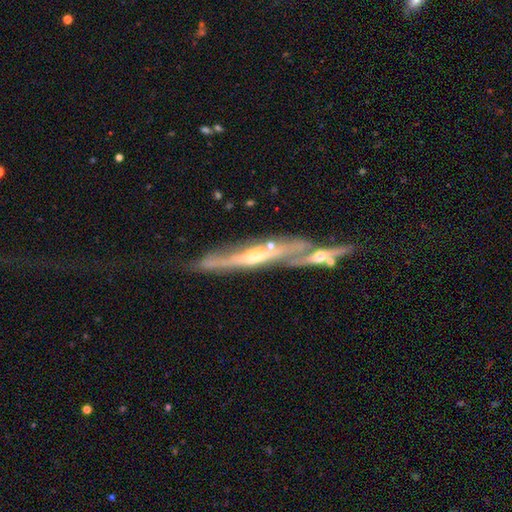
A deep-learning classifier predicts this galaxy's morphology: A featured or disk galaxy (78%) viewed edge-on (83%) with a rounded central bulge (76%). Merging: none (49%).